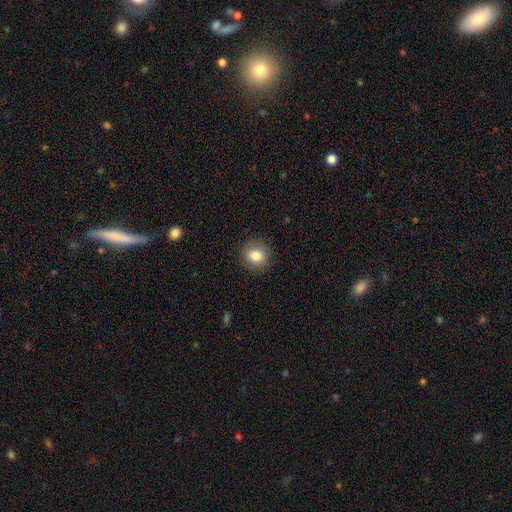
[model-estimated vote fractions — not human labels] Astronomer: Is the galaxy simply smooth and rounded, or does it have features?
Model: smooth — 83%.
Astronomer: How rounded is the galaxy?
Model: round — 78%.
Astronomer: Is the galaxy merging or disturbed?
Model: none — 88%.